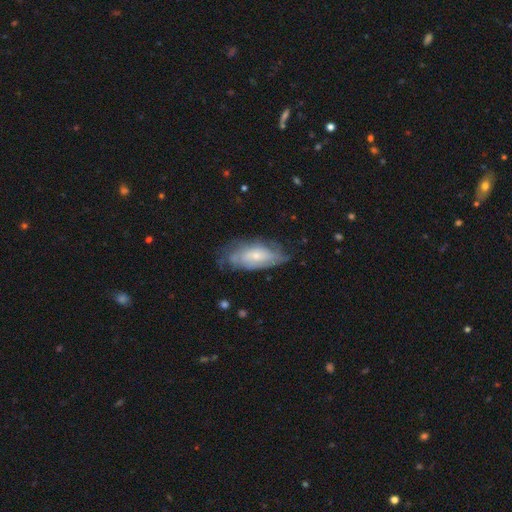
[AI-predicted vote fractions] smooth-or-featured: featured or disk: 60% | smooth: 33% | star or artifact: 7%
  disk-edge-on: no: 89% | yes: 11%
    bar: no: 67% | weak: 27% | strong: 6%
    has-spiral-arms: yes: 77% | no: 23%
    bulge-size: small: 62% | moderate: 31% | none: 3% | large: 3% | dominant: 1%
  merging: none: 59% | minor disturbance: 28% | major disturbance: 12% | merger: 2%